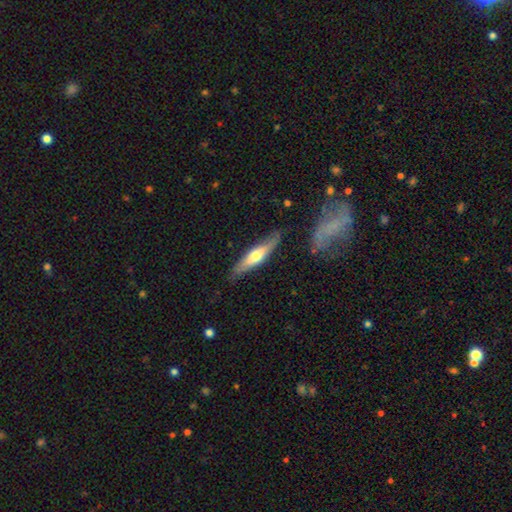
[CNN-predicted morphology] type=featured or disk (49%); merging=none (82%).